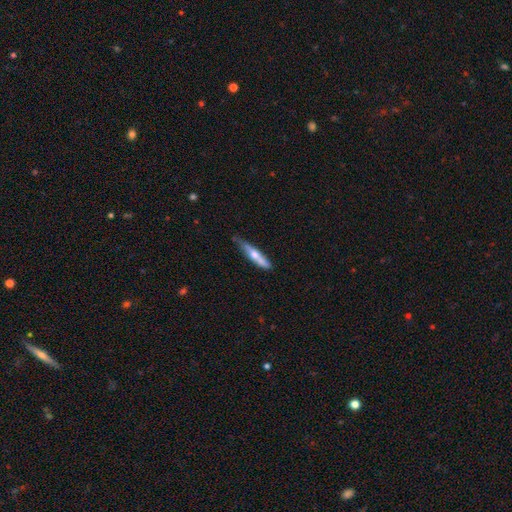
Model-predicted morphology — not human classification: Smooth or featured? smooth (52%)
How rounded? cigar-shaped (87%)
Merging? none (58%)